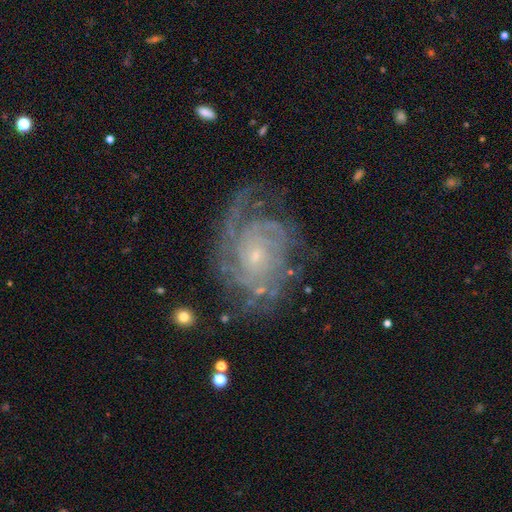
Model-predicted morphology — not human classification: A featured or disk galaxy (88%) with no bar (77%), tight (66%) spiral arms (97%) and a small central bulge (82%). Merging: none (68%).